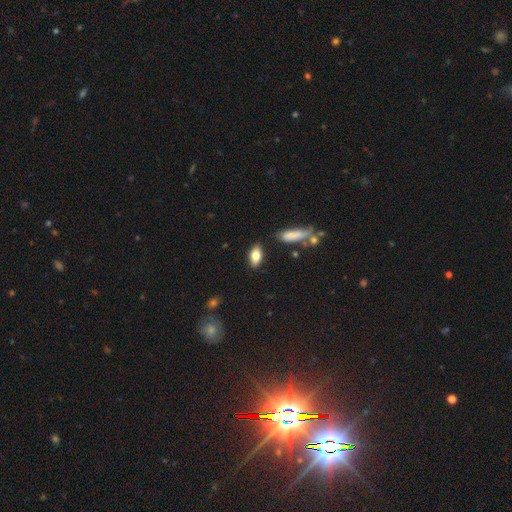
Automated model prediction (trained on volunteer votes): smooth_or_featured: smooth (p=0.76) [alt: featured or disk p=0.16]
how_rounded: in between (p=0.85) [alt: cigar-shaped p=0.12]
merging: none (p=0.83) [alt: minor disturbance p=0.10]